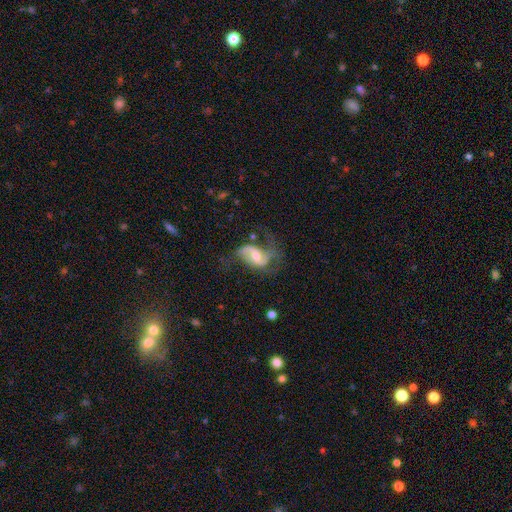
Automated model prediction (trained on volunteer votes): Smooth or featured: featured or disk — 81% (smooth — 13%)
Edge-on disk: no — 97% (yes — 3%)
Bar: weak — 47% (no — 33%)
Spiral arms: yes — 92% (no — 8%)
Spiral winding: loose — 61% (medium — 31%)
Spiral arm count: 2 — 84% (1 — 7%)
Bulge size: moderate — 59% (small — 31%)
Merging: none — 47% (major disturbance — 27%)